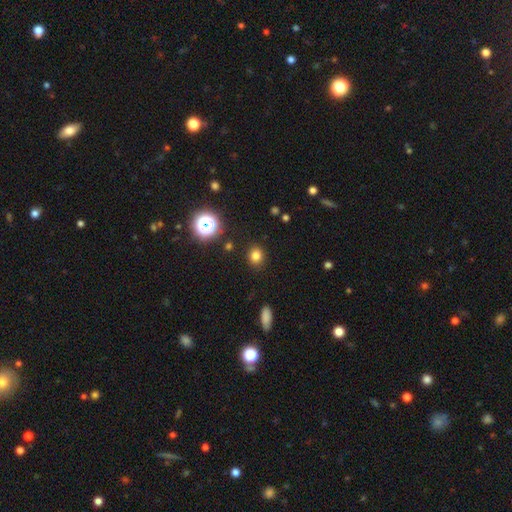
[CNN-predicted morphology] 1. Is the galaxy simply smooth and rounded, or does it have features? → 79% smooth, 16% star or artifact, 6% featured or disk.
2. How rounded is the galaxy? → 75% round, 24% in between, 1% cigar-shaped.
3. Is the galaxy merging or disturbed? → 89% none, 7% minor disturbance, 2% major disturbance, 1% merger.